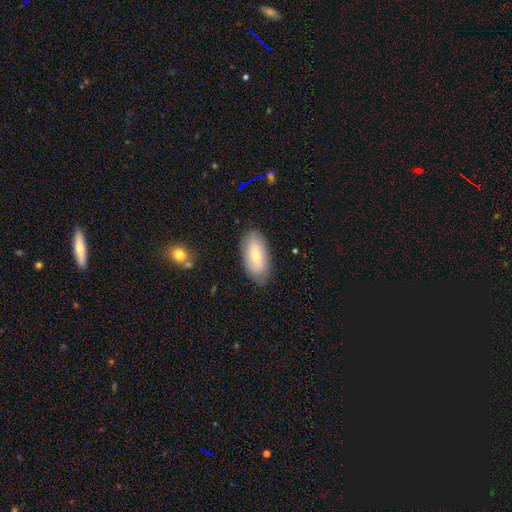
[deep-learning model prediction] This appears to be a smooth galaxy with no disk features (62%) that is in between round and cigar-shaped (91%). Merging: none (83%).